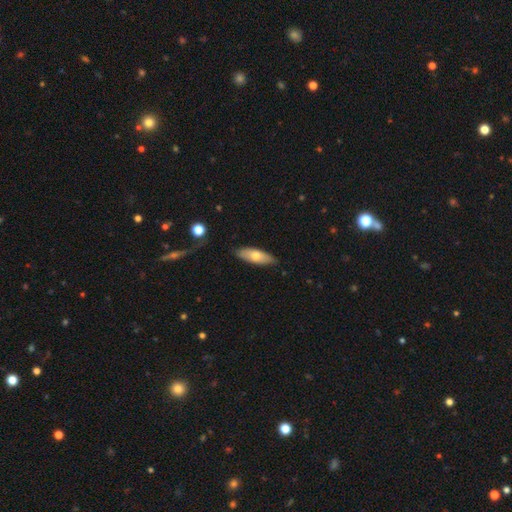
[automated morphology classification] Smooth or featured?
  - smooth: 65% *
  - featured or disk: 30%
  - star or artifact: 6%
How rounded?
  - in between: 63% *
  - cigar-shaped: 35%
  - round: 2%
Merging?
  - none: 83% *
  - minor disturbance: 13%
  - major disturbance: 2%
  - merger: 1%